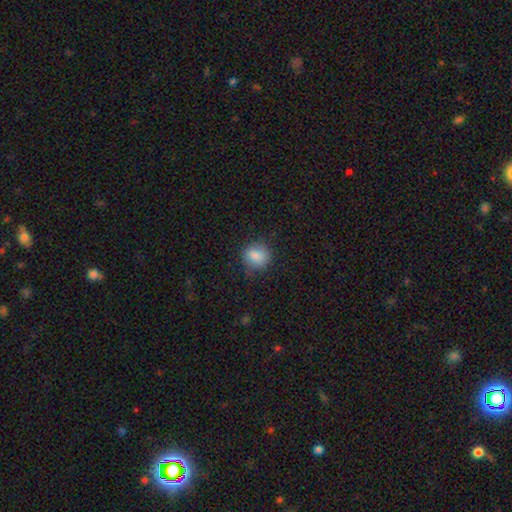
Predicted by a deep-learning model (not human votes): A smooth galaxy with no disk features (84%) that is round (77%). Merging: none (77%).